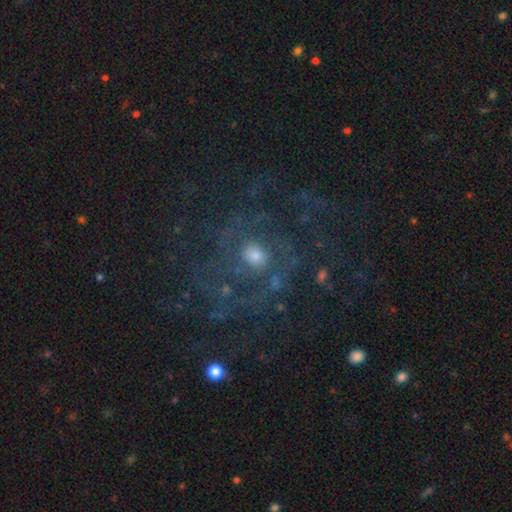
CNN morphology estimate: Overall: featured or disk (77%). Edge-on disk: no (97%). Bar: no (75%). Spiral arms: yes (89%). Spiral arm count: can't tell (37%; 2 26%). Spiral winding: tight (50%; medium 37%). Bulge size: moderate (55%; small 37%). Merging: none (70%).